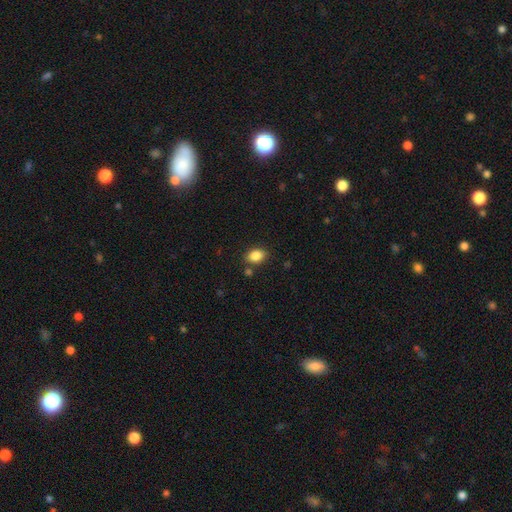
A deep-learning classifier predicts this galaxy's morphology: A smooth galaxy with no disk features (86%) that is in between round and cigar-shaped (77%).

Vote fractions:
- Smooth or featured? smooth: 86% / star or artifact: 9% / featured or disk: 5%
- How rounded? in between: 77% / round: 22% / cigar-shaped: 1%
- Merging? none: 81% / minor disturbance: 11% / merger: 5% / major disturbance: 3%